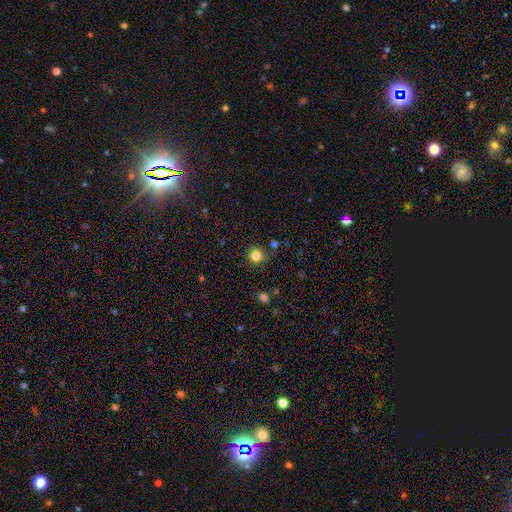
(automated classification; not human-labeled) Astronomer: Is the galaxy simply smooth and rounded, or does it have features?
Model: smooth — 83%.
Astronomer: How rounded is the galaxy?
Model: round — 92%.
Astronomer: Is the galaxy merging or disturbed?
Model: none — 86%.